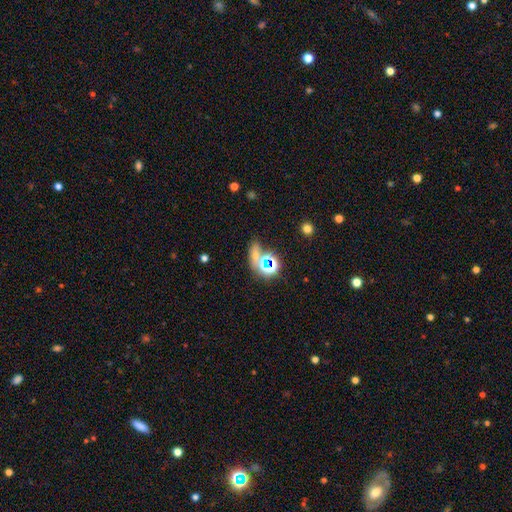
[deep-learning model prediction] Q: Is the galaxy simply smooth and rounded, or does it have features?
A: star or artifact — 58%.